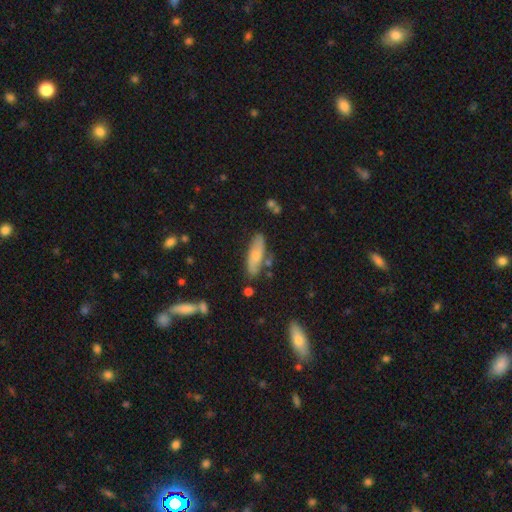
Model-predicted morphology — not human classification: Smooth or featured? smooth (64%)
How rounded? in between (52%)
Merging? none (74%)